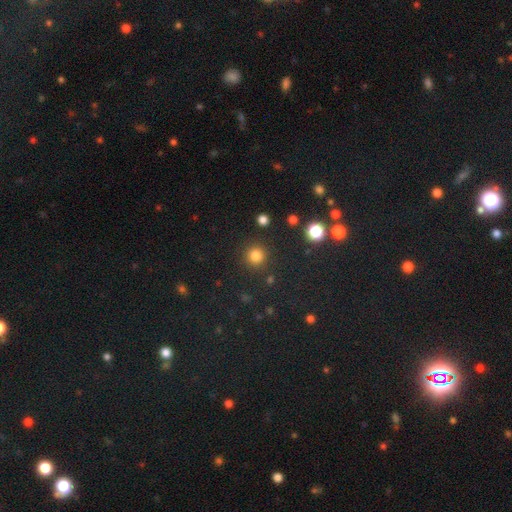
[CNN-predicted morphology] smooth 82%, star or artifact 14%, featured or disk 4%. Down the decision tree: how rounded — round (94%); merging — none (89%).